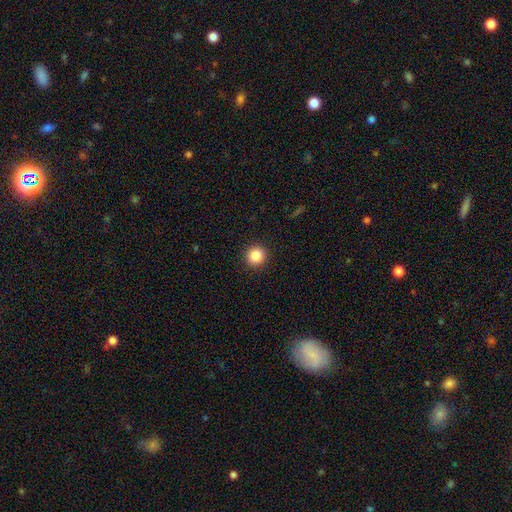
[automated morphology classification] Overall: smooth (86%). How rounded: round (95%). Merging: none (93%).